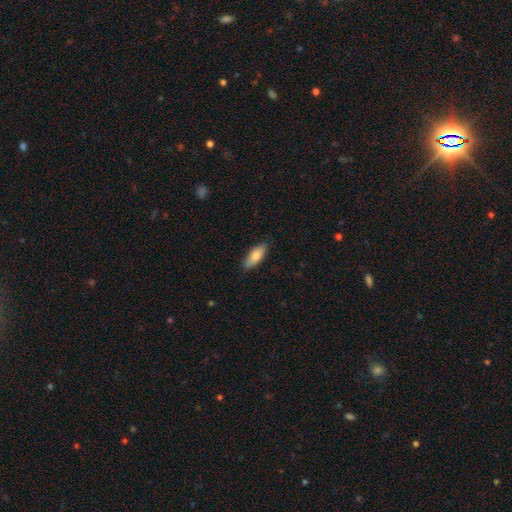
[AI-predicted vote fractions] Smooth or featured? smooth (82%)
How rounded? in between (77%)
Merging? none (85%)